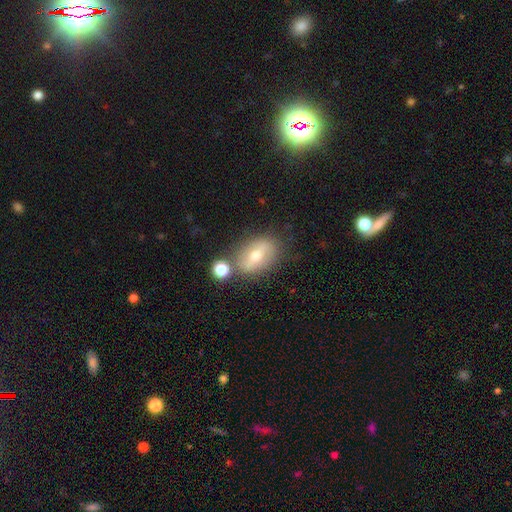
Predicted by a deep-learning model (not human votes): smooth-or-featured: smooth: 47% | featured or disk: 44% | star or artifact: 9%
  merging: none: 68% | minor disturbance: 15% | merger: 12% | major disturbance: 5%